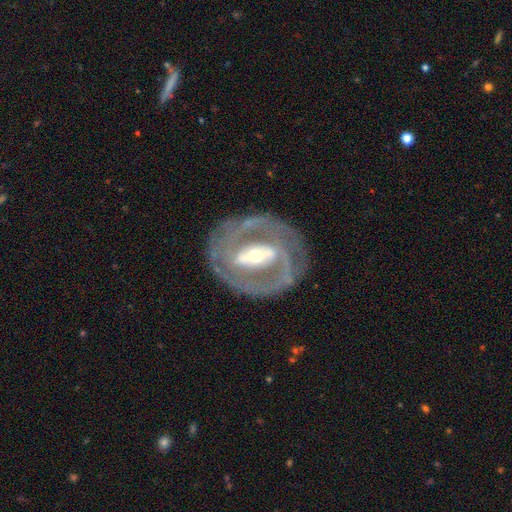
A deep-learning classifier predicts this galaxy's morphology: smooth-or-featured: featured or disk: 86% | smooth: 8% | star or artifact: 5%
  disk-edge-on: no: 94% | yes: 6%
    bar: strong: 62% | weak: 25% | no: 13%
    has-spiral-arms: yes: 87% | no: 13%
      spiral-winding: tight: 55% | medium: 35% | loose: 10%
      spiral-arm-count: 2: 73% | can't tell: 12% | 3: 7% | 1: 4% | 4: 2% | more than 4: 2%
    bulge-size: moderate: 50% | small: 40% | large: 7% | dominant: 1% | none: 1%
  merging: none: 79% | minor disturbance: 12% | major disturbance: 7% | merger: 2%